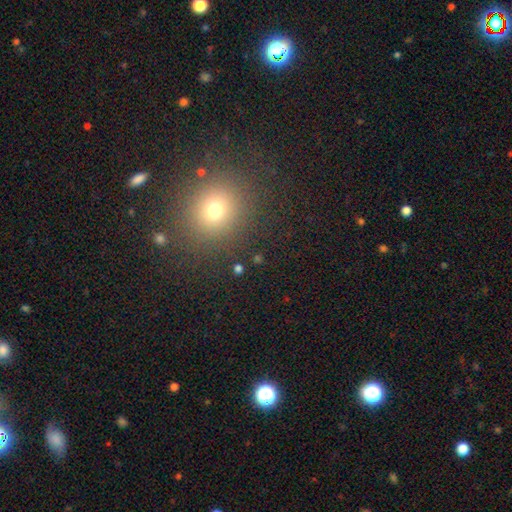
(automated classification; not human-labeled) Smooth or featured: smooth — 61% (star or artifact — 31%)
How rounded: round — 83% (in between — 15%)
Merging: none — 87% (minor disturbance — 7%)